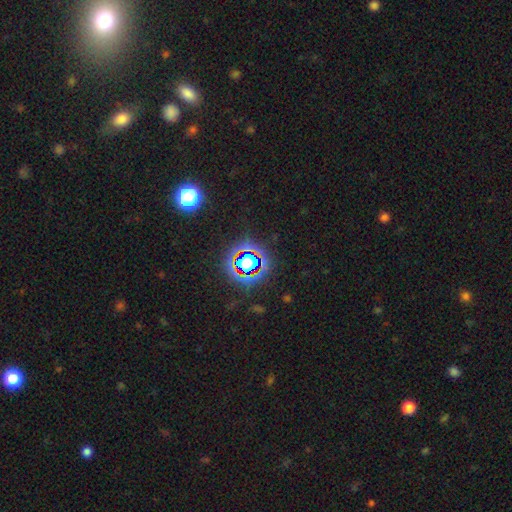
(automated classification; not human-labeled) smooth-or-featured: star or artifact: 76% | smooth: 15% | featured or disk: 9%